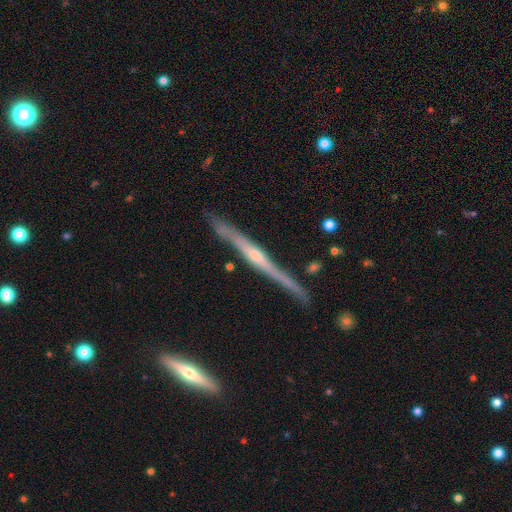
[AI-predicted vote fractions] smooth_or_featured: featured or disk (p=0.83) [alt: smooth p=0.11]
disk_edge_on: yes (p=0.97) [alt: no p=0.03]
edge_on_bulge: rounded (p=0.73) [alt: none p=0.20]
merging: none (p=0.83) [alt: minor disturbance p=0.13]